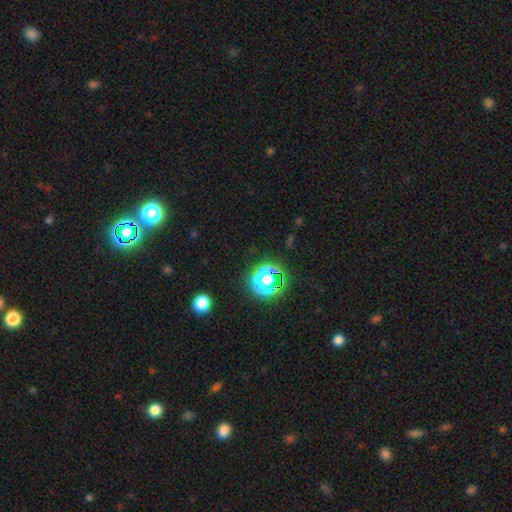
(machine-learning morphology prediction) The model was most divided on "smooth or featured": star or artifact: 76%, smooth: 17%, featured or disk: 7%.